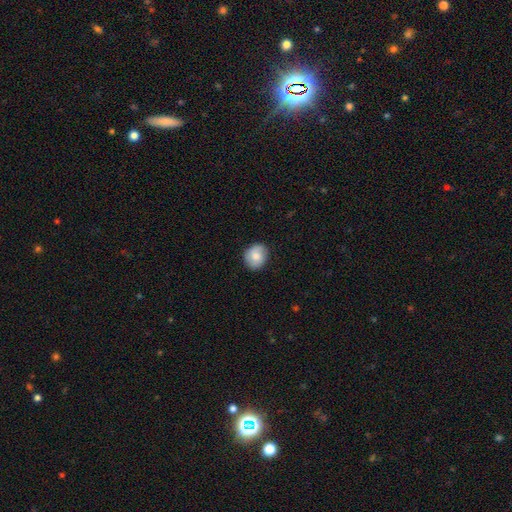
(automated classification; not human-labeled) Morphology: type=smooth (76%); roundness=round (70%); merging=none (84%).